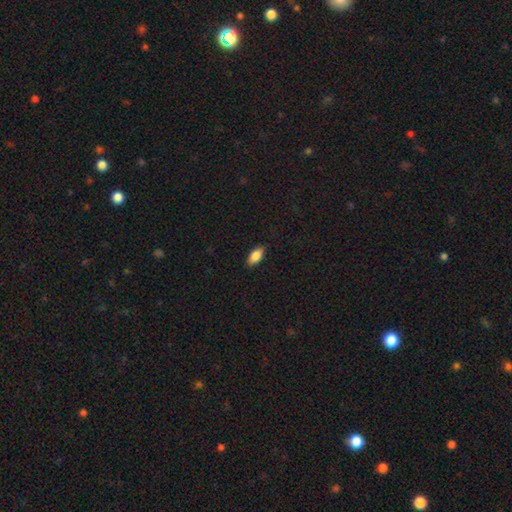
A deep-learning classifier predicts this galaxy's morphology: A smooth galaxy with no disk features (84%) that is in between round and cigar-shaped (89%).

Vote fractions:
- Smooth or featured? smooth: 84% / featured or disk: 10% / star or artifact: 7%
- How rounded? in between: 89% / cigar-shaped: 8% / round: 3%
- Merging? none: 86% / minor disturbance: 11% / major disturbance: 2% / merger: 1%